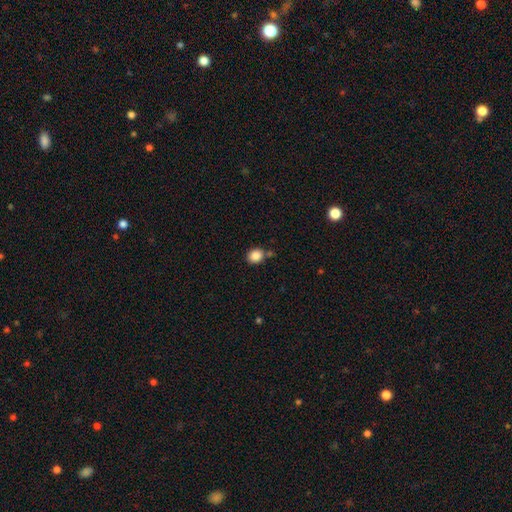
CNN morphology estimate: Smooth or featured: smooth — 86% (star or artifact — 10%)
How rounded: round — 66% (in between — 33%)
Merging: none — 73% (minor disturbance — 13%)